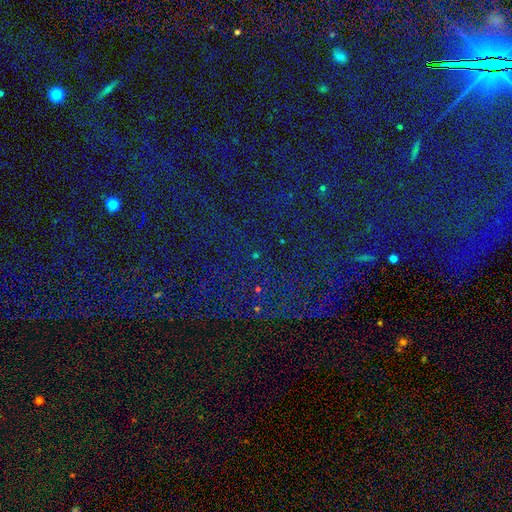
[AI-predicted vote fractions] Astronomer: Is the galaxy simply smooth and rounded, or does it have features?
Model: star or artifact — 78%.